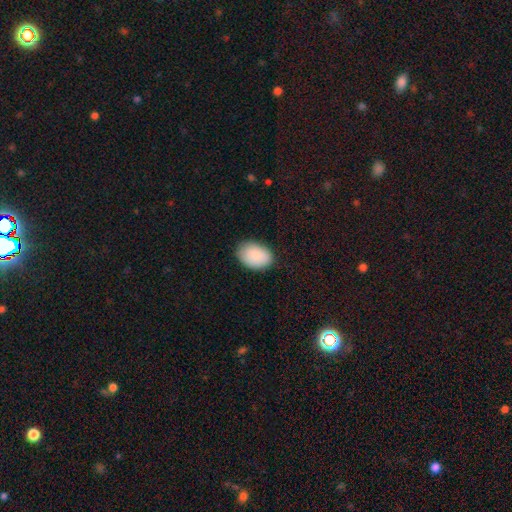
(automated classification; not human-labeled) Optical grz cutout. It shows a smooth galaxy with no disk features (89%) that is in between round and cigar-shaped (86%). Merging: none (83%).